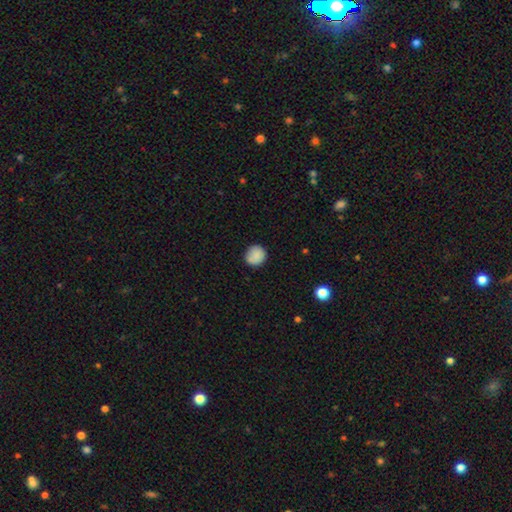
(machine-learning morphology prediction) Smooth or featured? Predicted: smooth (p=0.87). How rounded? Predicted: round (p=0.90). Merging? Predicted: none (p=0.86).